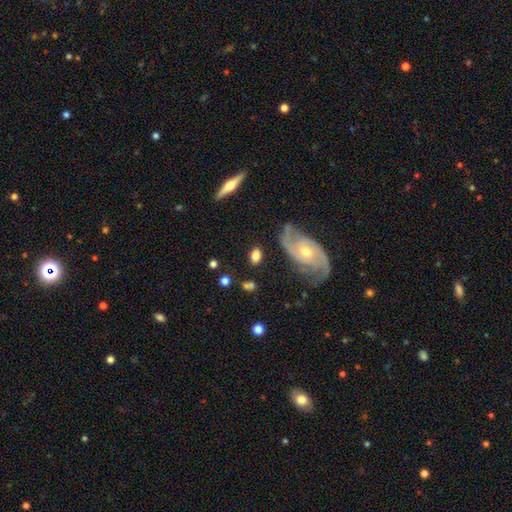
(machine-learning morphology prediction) type=smooth (69%); roundness=in between (82%); merging=none (74%).